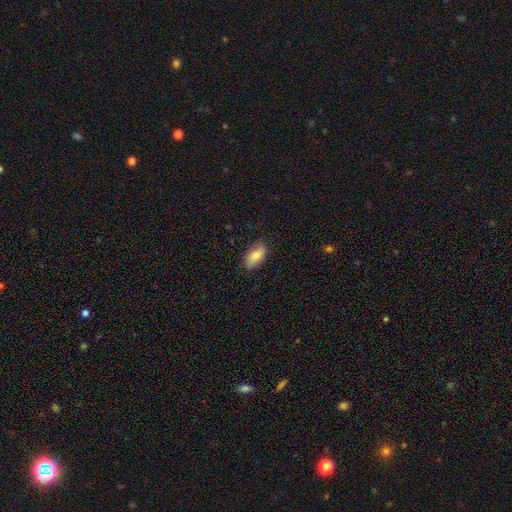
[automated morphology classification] Q: Smooth or featured?
A: smooth (83%); runner-up: featured or disk (11%)
Q: How rounded?
A: in between (92%); runner-up: cigar-shaped (5%)
Q: Merging?
A: none (82%); runner-up: minor disturbance (15%)